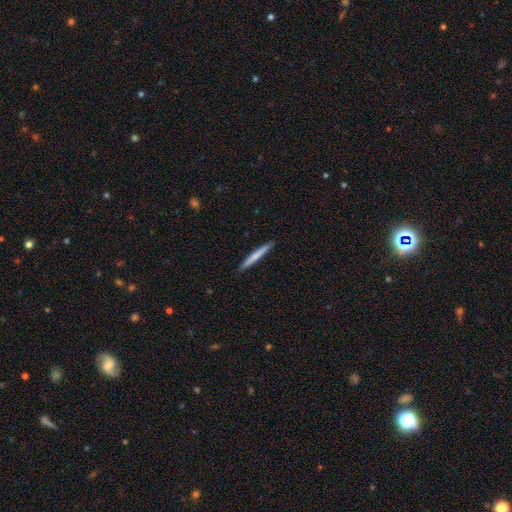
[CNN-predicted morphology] smooth_or_featured: smooth (p=0.62) [alt: featured or disk p=0.33]
how_rounded: cigar-shaped (p=0.96) [alt: in between p=0.02]
merging: none (p=0.92) [alt: minor disturbance p=0.06]